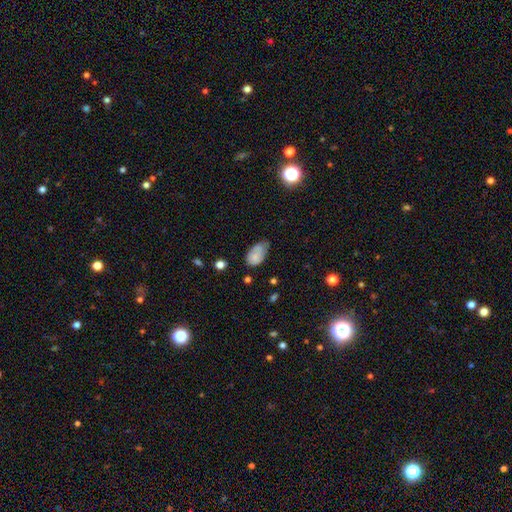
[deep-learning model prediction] A smooth galaxy with no disk features (77%) that is in between round and cigar-shaped (92%).

Vote fractions:
- Smooth or featured? smooth: 77% / featured or disk: 14% / star or artifact: 9%
- How rounded? in between: 92% / round: 7% / cigar-shaped: 2%
- Merging? minor disturbance: 43% / none: 40% / major disturbance: 12% / merger: 4%